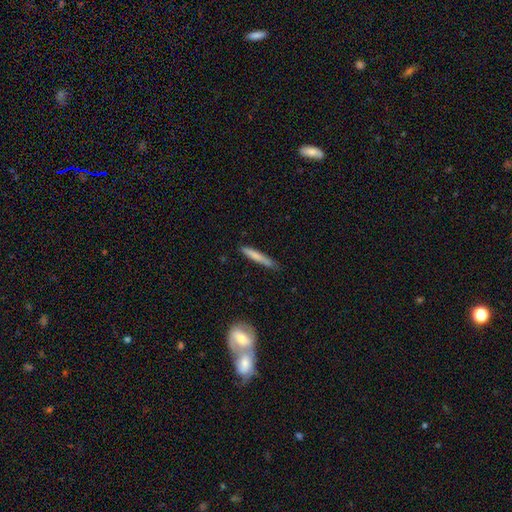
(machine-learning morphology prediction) smooth 75%, featured or disk 19%, star or artifact 6%. Down the decision tree: how rounded — cigar-shaped (94%); merging — none (80%).